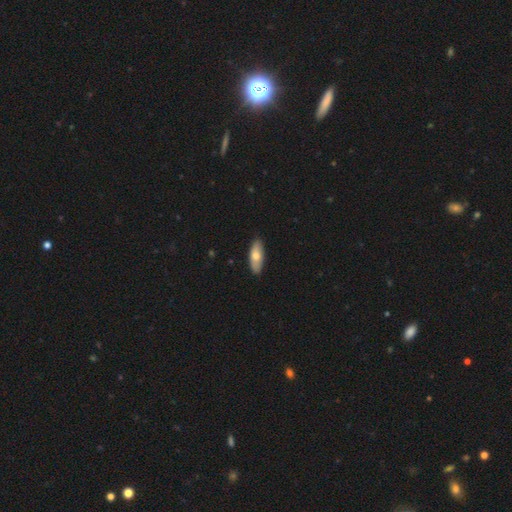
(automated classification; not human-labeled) Smooth or featured?
  - smooth: 70% *
  - featured or disk: 25%
  - star or artifact: 6%
How rounded?
  - in between: 70% *
  - cigar-shaped: 27%
  - round: 2%
Merging?
  - none: 88% *
  - minor disturbance: 9%
  - major disturbance: 2%
  - merger: 1%